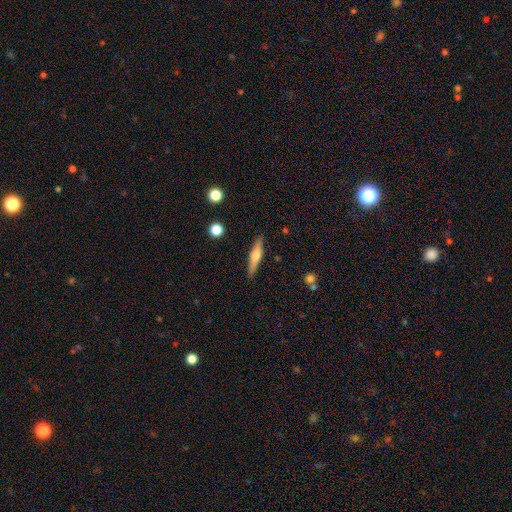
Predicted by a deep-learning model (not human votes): Q: Smooth or featured?
A: featured or disk (53%); runner-up: smooth (41%)
Q: Edge-on disk?
A: yes (95%); runner-up: no (5%)
Q: Edge-on bulge?
A: rounded (88%); runner-up: boxy (7%)
Q: Merging?
A: none (89%); runner-up: minor disturbance (8%)